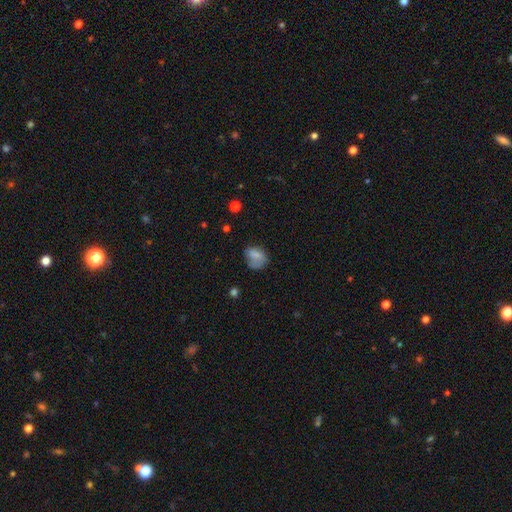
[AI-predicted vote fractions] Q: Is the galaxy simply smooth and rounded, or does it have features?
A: smooth — 72%.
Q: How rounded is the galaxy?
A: in between — 51%.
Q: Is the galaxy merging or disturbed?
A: none — 44%.